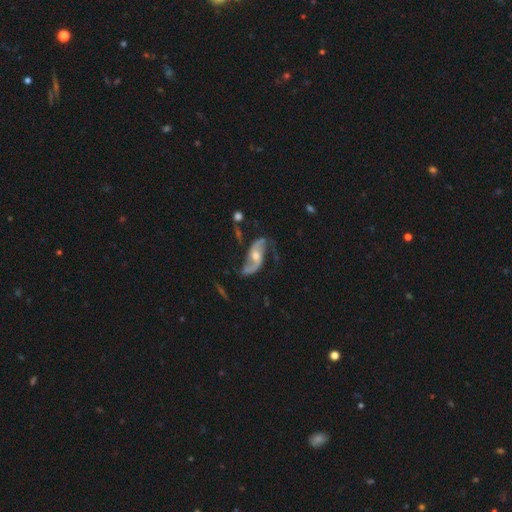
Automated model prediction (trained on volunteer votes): Smooth or featured?
  - featured or disk: 88% *
  - smooth: 7%
  - star or artifact: 5%
Edge-on disk?
  - no: 96% *
  - yes: 4%
Bar?
  - no: 53% *
  - weak: 35%
  - strong: 12%
Spiral arms?
  - yes: 96% *
  - no: 4%
Spiral winding?
  - loose: 64% *
  - medium: 28%
  - tight: 8%
Spiral arm count?
  - 2: 92% *
  - can't tell: 3%
  - 1: 2%
  - 3: 1%
  - 4: 1%
  - more than 4: 1%
Bulge size?
  - moderate: 62% *
  - small: 28%
  - large: 6%
  - none: 3%
  - dominant: 1%
Merging?
  - none: 64% *
  - minor disturbance: 20%
  - major disturbance: 13%
  - merger: 4%